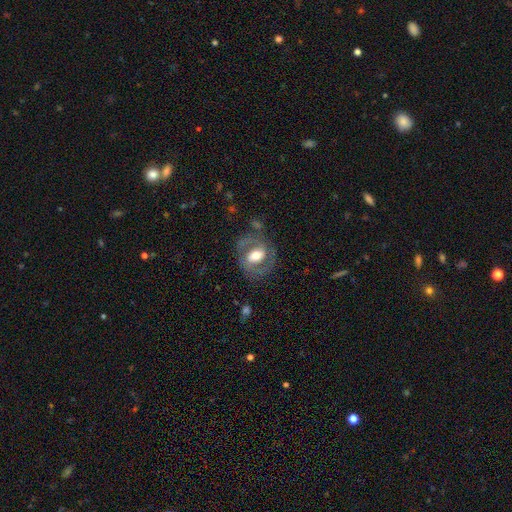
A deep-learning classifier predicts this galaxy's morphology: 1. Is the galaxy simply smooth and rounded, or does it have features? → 65% featured or disk, 28% smooth, 6% star or artifact.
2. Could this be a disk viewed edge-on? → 95% no, 5% yes.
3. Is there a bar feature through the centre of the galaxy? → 40% weak, 32% no, 28% strong.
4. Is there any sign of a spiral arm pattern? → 68% yes, 32% no.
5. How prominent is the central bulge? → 60% moderate, 28% large, 9% small, 2% dominant, 1% none.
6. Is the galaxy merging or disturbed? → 68% none, 17% minor disturbance, 12% major disturbance, 3% merger.